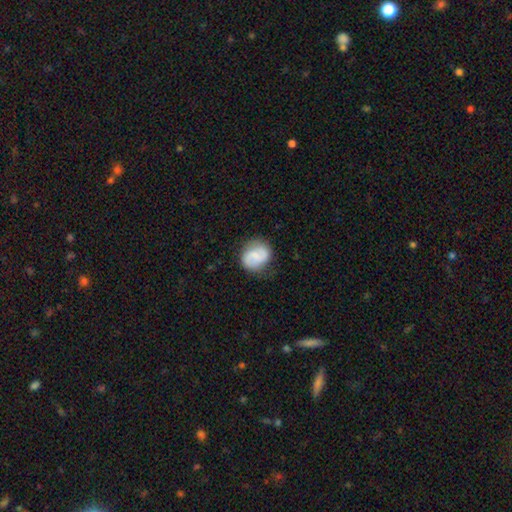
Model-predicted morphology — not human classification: Smooth or featured? Predicted: smooth (p=0.48). Merging? Predicted: none (p=0.73).